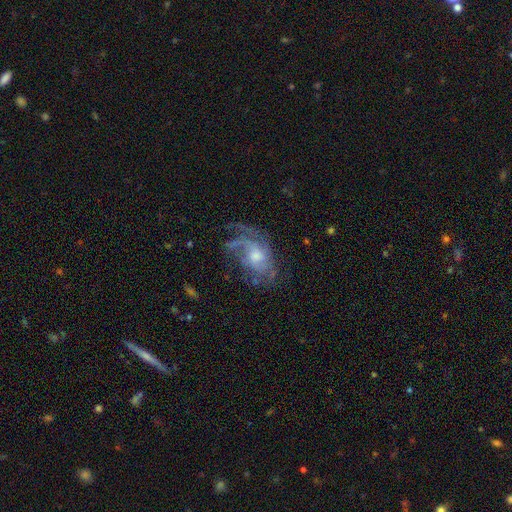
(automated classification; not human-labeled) A featured or disk galaxy (80%) with no bar (67%), medium (40%) spiral arms (89%) and a moderate central bulge (56%). Merging: none (50%).